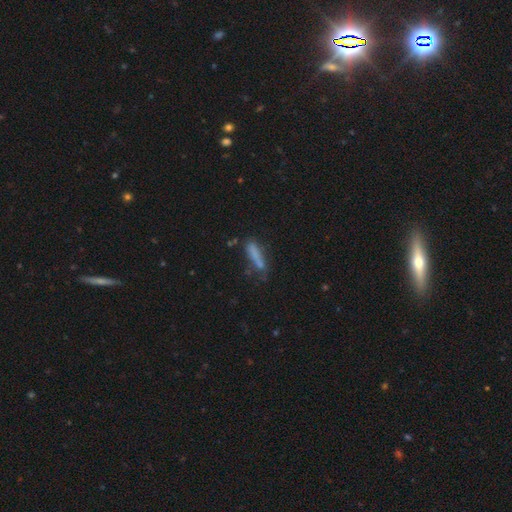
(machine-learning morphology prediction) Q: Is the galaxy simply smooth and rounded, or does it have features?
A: smooth — 73%.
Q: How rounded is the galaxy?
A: cigar-shaped — 82%.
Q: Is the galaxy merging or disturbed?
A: none — 57%.